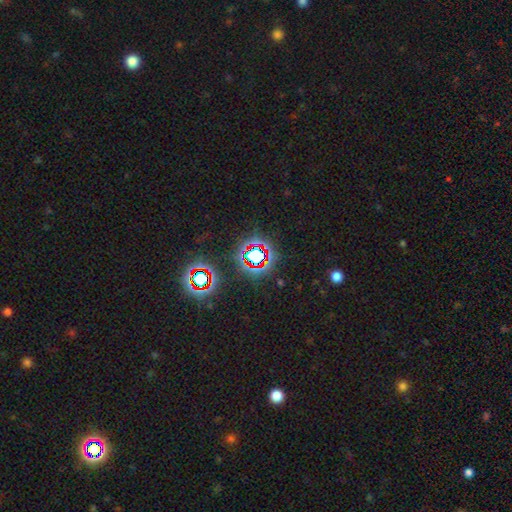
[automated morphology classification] This is likely a star or artifact rather than a galaxy (71%).